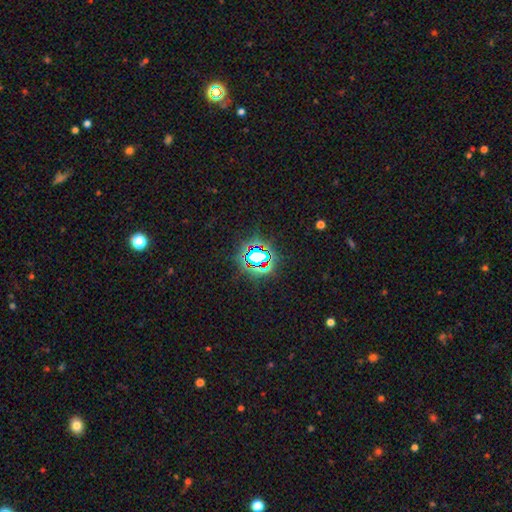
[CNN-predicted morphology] smooth-or-featured: star or artifact: 73% | smooth: 17% | featured or disk: 10%